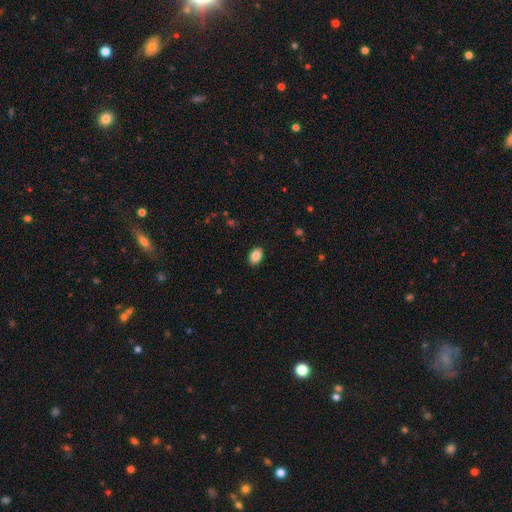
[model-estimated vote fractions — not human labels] Smooth or featured?
  - smooth: 86% *
  - star or artifact: 8%
  - featured or disk: 6%
How rounded?
  - in between: 80% *
  - round: 18%
  - cigar-shaped: 1%
Merging?
  - none: 89% *
  - minor disturbance: 8%
  - major disturbance: 2%
  - merger: 1%